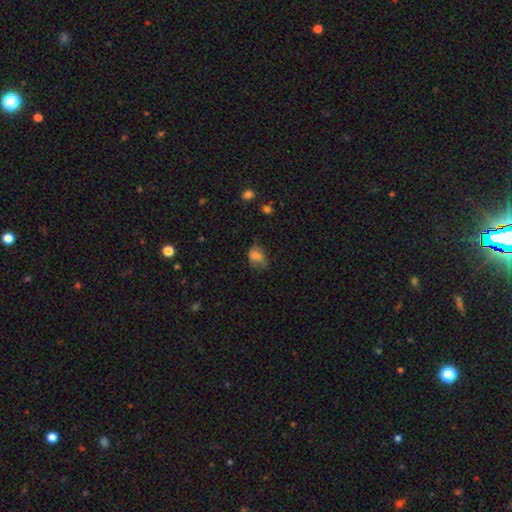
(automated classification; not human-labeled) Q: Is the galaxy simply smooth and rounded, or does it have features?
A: smooth — 77%.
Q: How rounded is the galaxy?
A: in between — 66%.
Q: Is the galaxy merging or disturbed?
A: none — 54%.